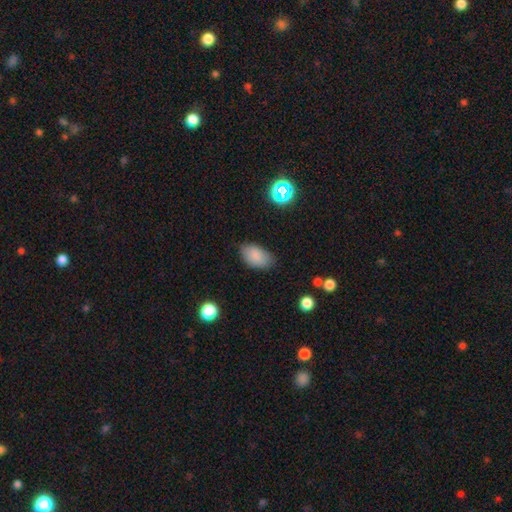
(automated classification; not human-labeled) Smooth or featured?
  - smooth: 85% *
  - star or artifact: 9%
  - featured or disk: 6%
How rounded?
  - in between: 93% *
  - round: 6%
  - cigar-shaped: 1%
Merging?
  - none: 77% *
  - minor disturbance: 18%
  - major disturbance: 4%
  - merger: 1%